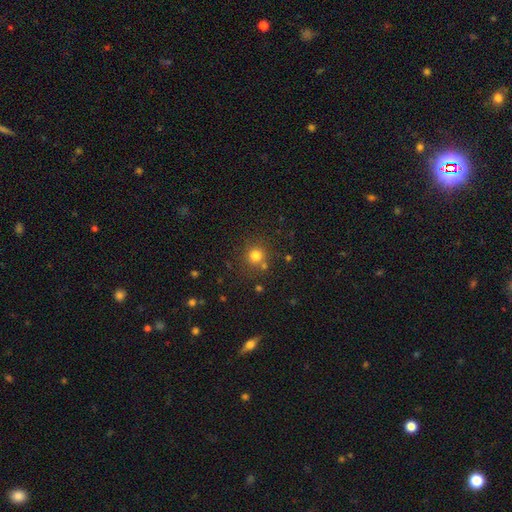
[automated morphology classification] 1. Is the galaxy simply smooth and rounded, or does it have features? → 79% smooth, 15% star or artifact, 6% featured or disk.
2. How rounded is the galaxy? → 93% round, 6% in between, 1% cigar-shaped.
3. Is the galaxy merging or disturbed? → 78% none, 10% merger, 9% minor disturbance, 3% major disturbance.